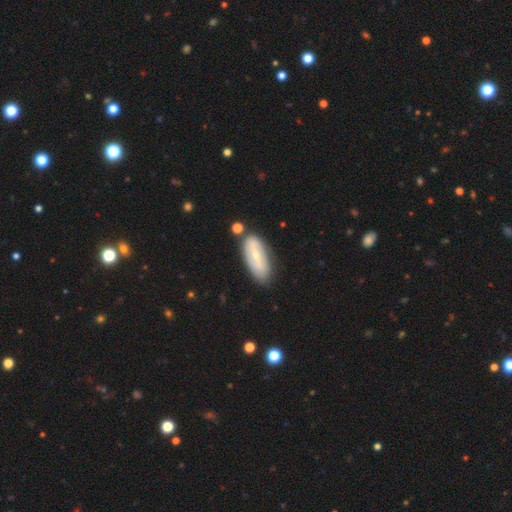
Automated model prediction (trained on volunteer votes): This appears to be a featured or disk galaxy (55%). Merging: none (76%).